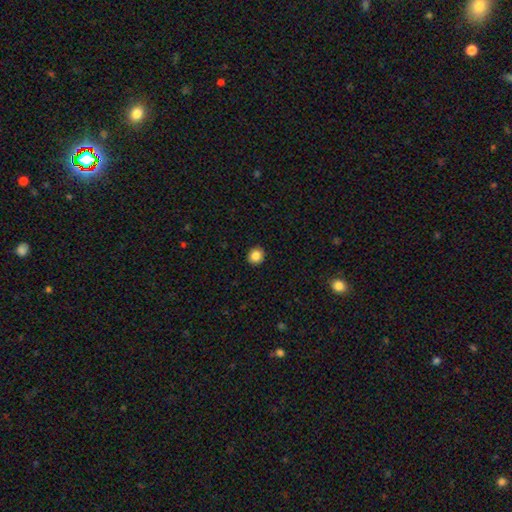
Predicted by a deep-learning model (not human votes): Smooth or featured: smooth — 84% (star or artifact — 10%)
How rounded: round — 90% (in between — 9%)
Merging: none — 93% (minor disturbance — 5%)